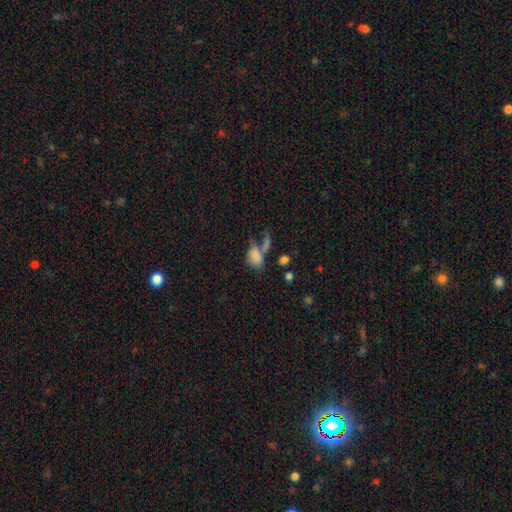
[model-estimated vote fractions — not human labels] Overall: smooth (73%). How rounded: in between (85%). Merging: merger (41%; none 23%).